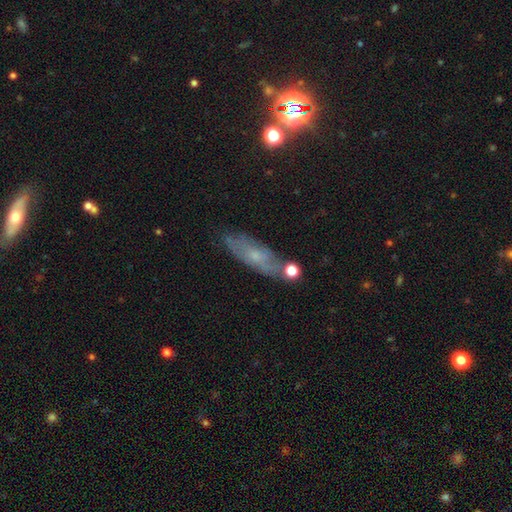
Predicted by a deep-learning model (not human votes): Smooth or featured? Predicted: featured or disk (p=0.44, tied with smooth). Merging? Predicted: none (p=0.70).